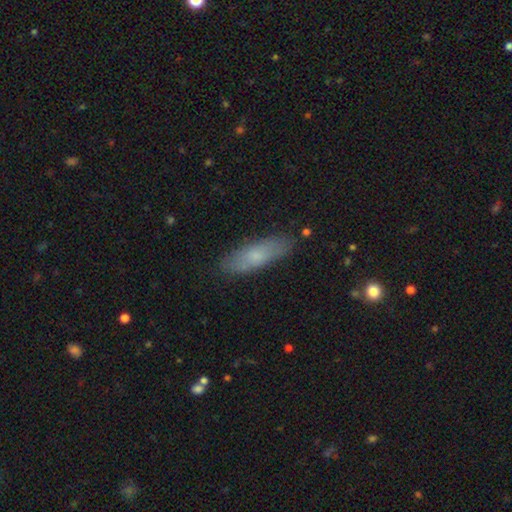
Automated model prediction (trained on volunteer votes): Smooth or featured?
  - smooth: 68% *
  - featured or disk: 25%
  - star or artifact: 7%
How rounded?
  - cigar-shaped: 54% *
  - in between: 44%
  - round: 2%
Merging?
  - none: 84% *
  - minor disturbance: 12%
  - major disturbance: 2%
  - merger: 1%